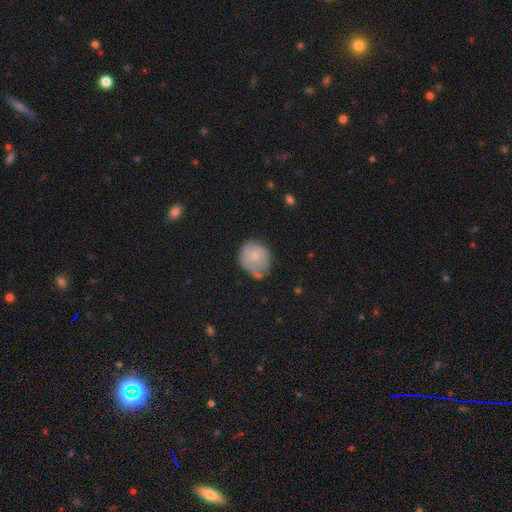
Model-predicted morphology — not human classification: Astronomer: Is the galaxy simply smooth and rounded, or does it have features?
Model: smooth — 69%.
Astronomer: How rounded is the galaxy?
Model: round — 76%.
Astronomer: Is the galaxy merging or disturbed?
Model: none — 47% (runner-up: minor disturbance, 35%).